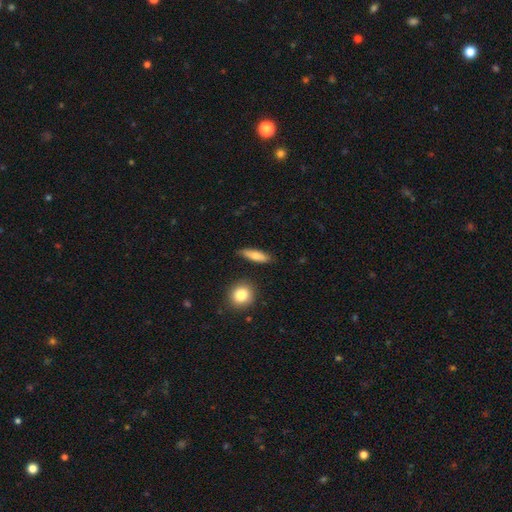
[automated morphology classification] This appears to be a smooth galaxy with no disk features (75%) that is cigar-shaped (58%). Merging: none (83%).